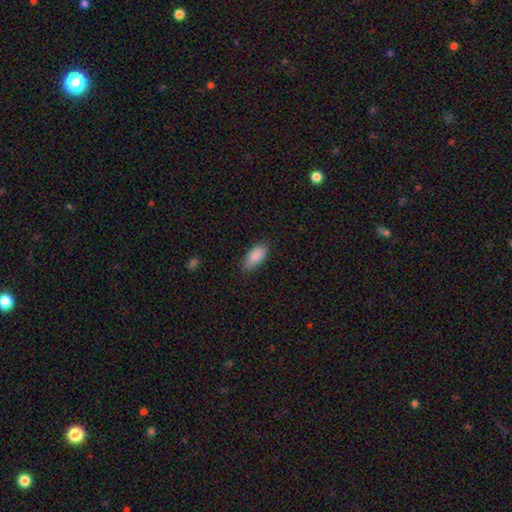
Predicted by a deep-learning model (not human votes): The model was most divided on "merging": none: 77%, minor disturbance: 18%, major disturbance: 3%, merger: 1%. More confident: how rounded — in between (89%); smooth or featured — smooth (88%).